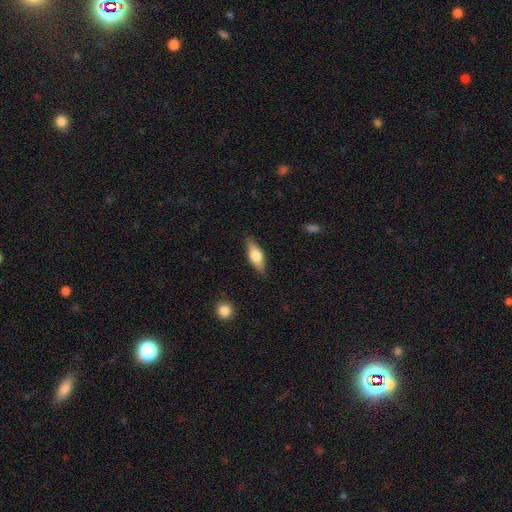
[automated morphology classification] type=smooth (55%); roundness=in between (65%); merging=none (85%).